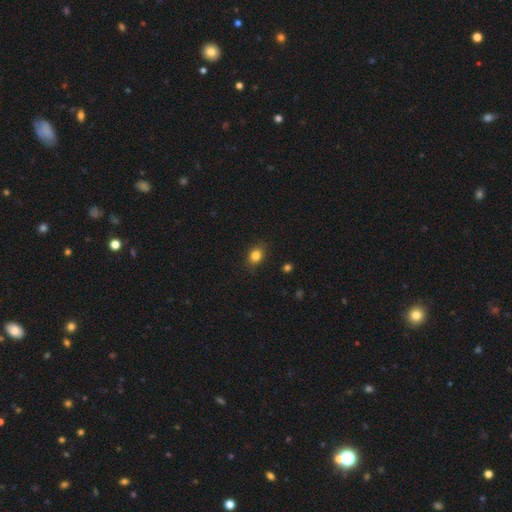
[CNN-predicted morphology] Smooth or featured?
  - smooth: 83% *
  - star or artifact: 11%
  - featured or disk: 6%
How rounded?
  - in between: 55% *
  - round: 44%
  - cigar-shaped: 1%
Merging?
  - none: 83% *
  - minor disturbance: 13%
  - major disturbance: 3%
  - merger: 1%